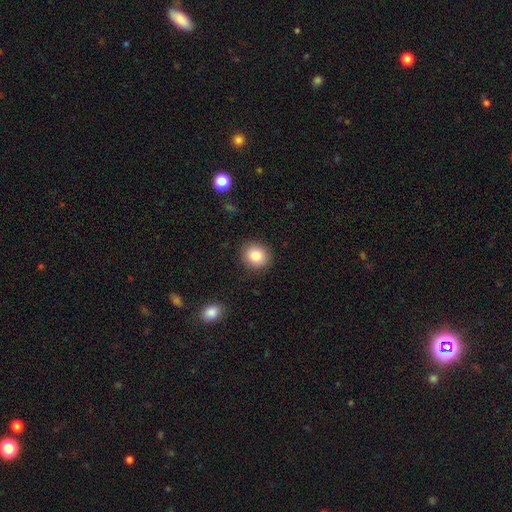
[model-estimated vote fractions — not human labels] Smooth or featured?
  - smooth: 83% *
  - star or artifact: 9%
  - featured or disk: 8%
How rounded?
  - round: 80% *
  - in between: 19%
  - cigar-shaped: 1%
Merging?
  - none: 89% *
  - minor disturbance: 7%
  - major disturbance: 2%
  - merger: 1%